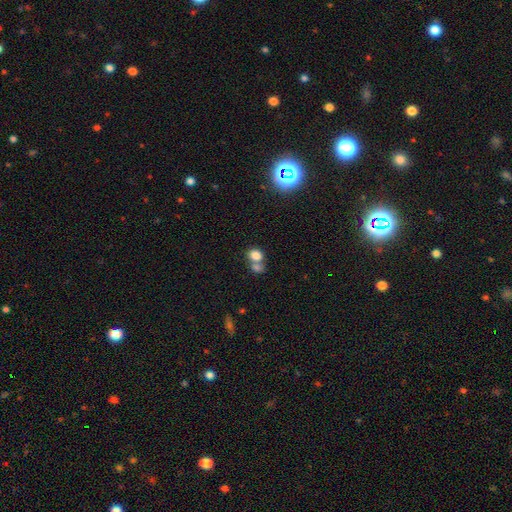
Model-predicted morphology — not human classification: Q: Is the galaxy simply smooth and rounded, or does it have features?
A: smooth — 80%.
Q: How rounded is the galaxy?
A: round — 56%.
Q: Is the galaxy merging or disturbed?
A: merger — 49%.